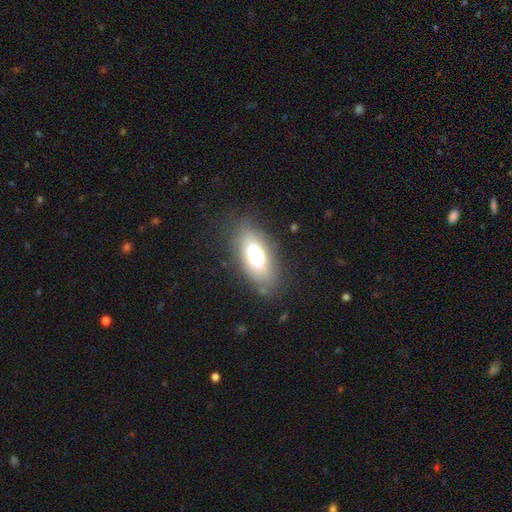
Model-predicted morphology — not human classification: type=smooth (66%); roundness=in between (85%); merging=none (75%).